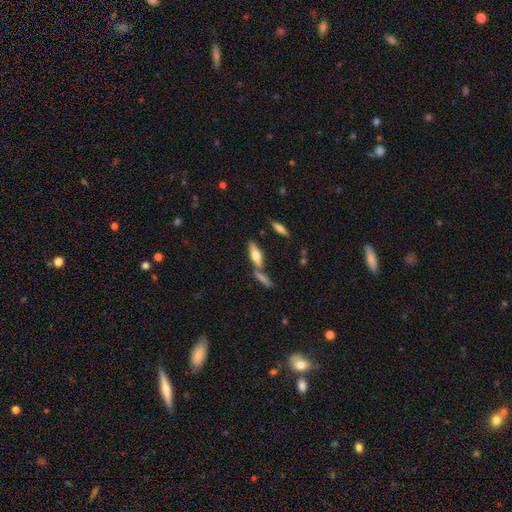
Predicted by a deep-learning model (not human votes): A smooth galaxy with no disk features (50%). Merging: none (66%).